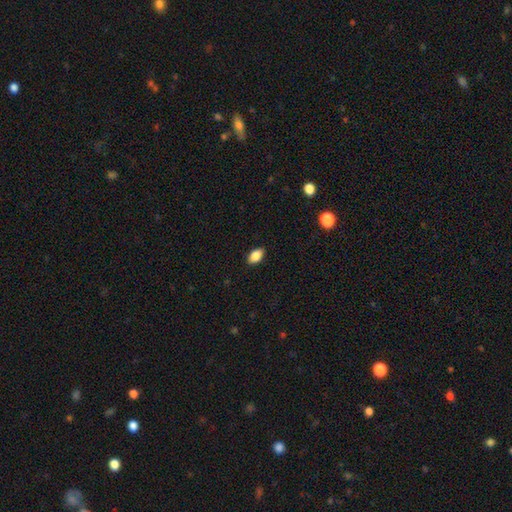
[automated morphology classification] A smooth galaxy with no disk features (86%) that is in between round and cigar-shaped (90%). Merging: none (88%).